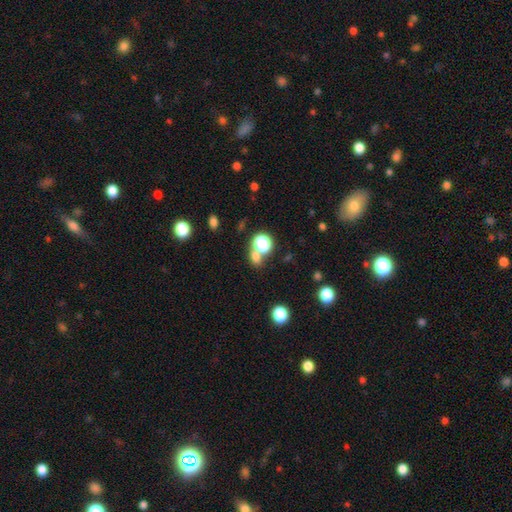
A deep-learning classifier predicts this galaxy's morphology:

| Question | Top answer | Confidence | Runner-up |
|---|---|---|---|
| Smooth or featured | smooth | 68% | star or artifact (24%) |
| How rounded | round | 62% | in between (36%) |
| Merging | none | 54% | merger (33%) |